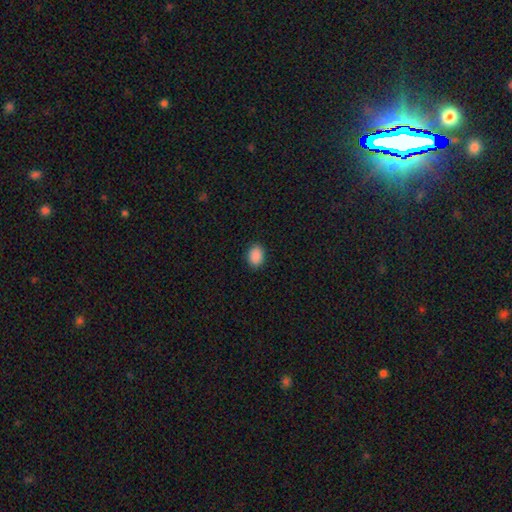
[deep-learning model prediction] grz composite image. It shows a smooth galaxy with no disk features (89%) that is in between round and cigar-shaped (72%). Merging: none (89%).